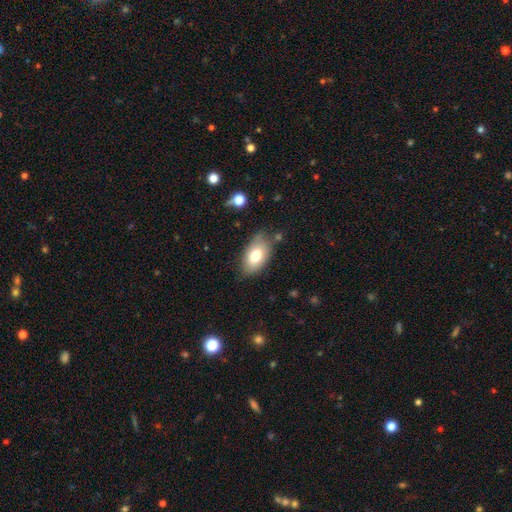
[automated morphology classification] Smooth or featured?
  - smooth: 74% *
  - featured or disk: 18%
  - star or artifact: 7%
How rounded?
  - in between: 92% *
  - round: 6%
  - cigar-shaped: 2%
Merging?
  - none: 73% *
  - minor disturbance: 20%
  - major disturbance: 4%
  - merger: 3%